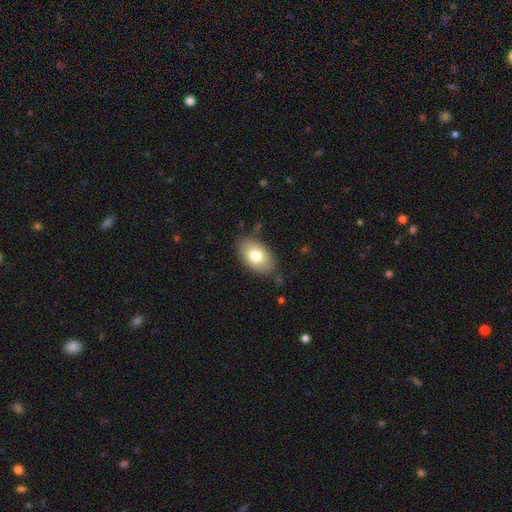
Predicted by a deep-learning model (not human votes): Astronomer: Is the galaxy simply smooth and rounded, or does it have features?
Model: smooth — 76%.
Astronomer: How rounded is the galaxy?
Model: in between — 90%.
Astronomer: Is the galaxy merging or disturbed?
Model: none — 76%.